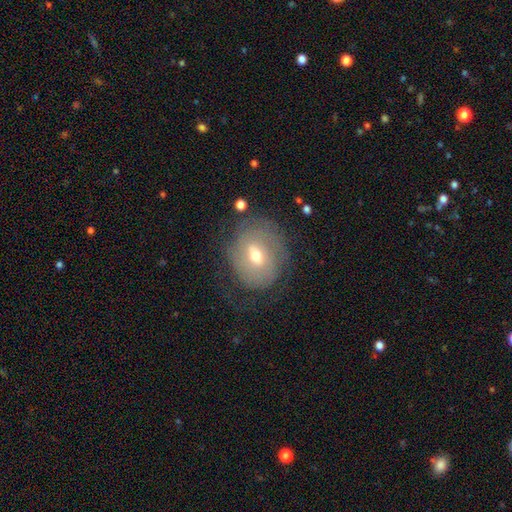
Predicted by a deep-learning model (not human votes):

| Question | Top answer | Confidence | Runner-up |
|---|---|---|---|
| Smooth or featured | featured or disk | 54% | smooth (37%) |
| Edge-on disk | no | 95% | yes (5%) |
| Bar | weak | 50% | no (36%) |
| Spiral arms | yes | 62% | no (38%) |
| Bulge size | moderate | 64% | small (30%) |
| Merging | none | 61% | minor disturbance (22%) |